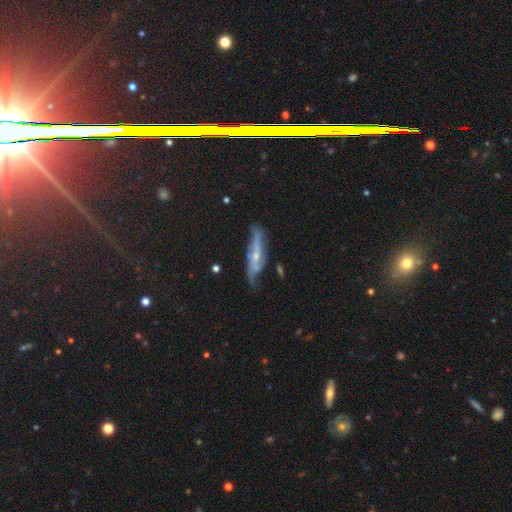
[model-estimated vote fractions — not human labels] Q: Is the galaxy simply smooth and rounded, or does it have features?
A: featured or disk — 66%.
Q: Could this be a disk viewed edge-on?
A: yes — 51%.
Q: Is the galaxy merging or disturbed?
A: none — 57%.